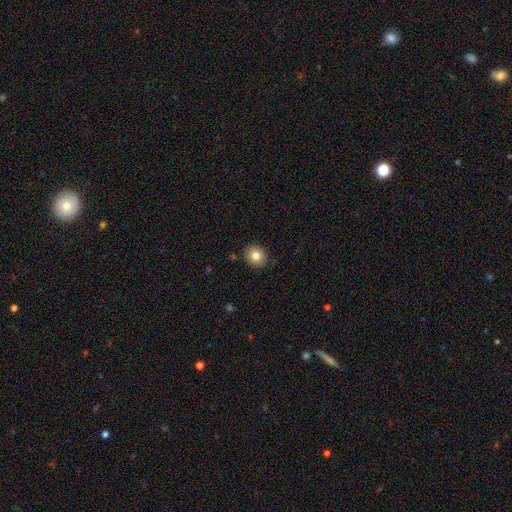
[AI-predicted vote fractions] Smooth or featured: smooth — 82% (star or artifact — 10%)
How rounded: round — 78% (in between — 21%)
Merging: none — 88% (minor disturbance — 8%)